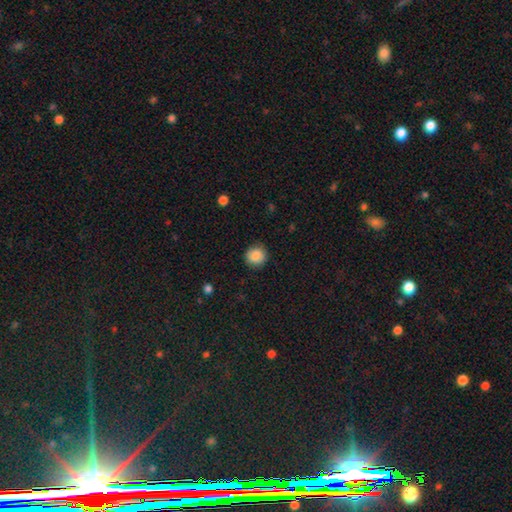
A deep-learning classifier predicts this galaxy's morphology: A smooth galaxy with no disk features (86%) that is round (92%).

Vote fractions:
- Smooth or featured? smooth: 86% / star or artifact: 8% / featured or disk: 5%
- How rounded? round: 92% / in between: 7% / cigar-shaped: 1%
- Merging? none: 86% / minor disturbance: 10% / major disturbance: 3% / merger: 1%